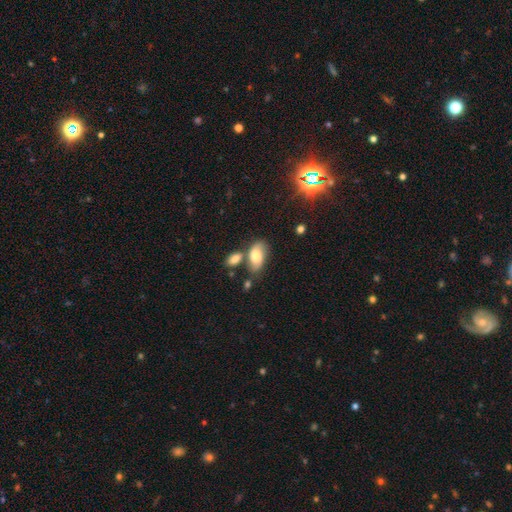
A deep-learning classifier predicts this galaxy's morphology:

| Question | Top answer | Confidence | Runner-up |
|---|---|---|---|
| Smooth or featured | smooth | 71% | featured or disk (21%) |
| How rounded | in between | 92% | round (6%) |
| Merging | none | 51% | merger (25%) |